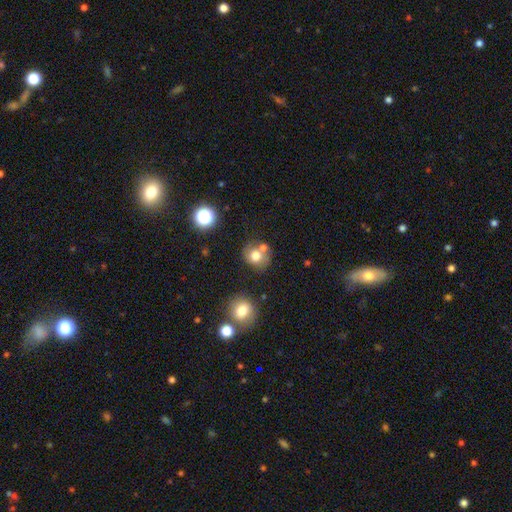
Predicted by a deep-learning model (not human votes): smooth_or_featured: smooth (p=0.72) [alt: featured or disk p=0.15]
how_rounded: round (p=0.77) [alt: in between p=0.22]
merging: none (p=0.56) [alt: merger p=0.25]